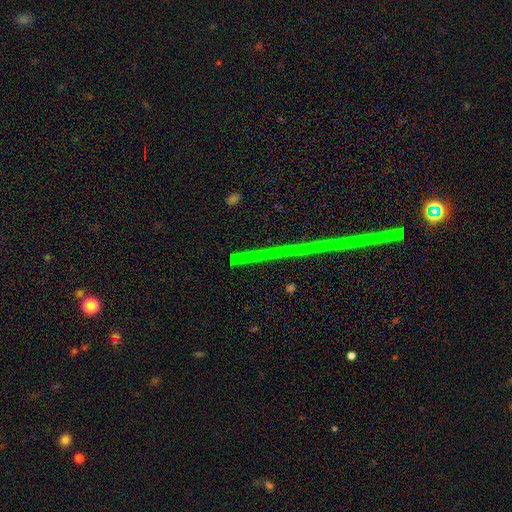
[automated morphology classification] Smooth or featured: star or artifact — 74% (featured or disk — 17%)